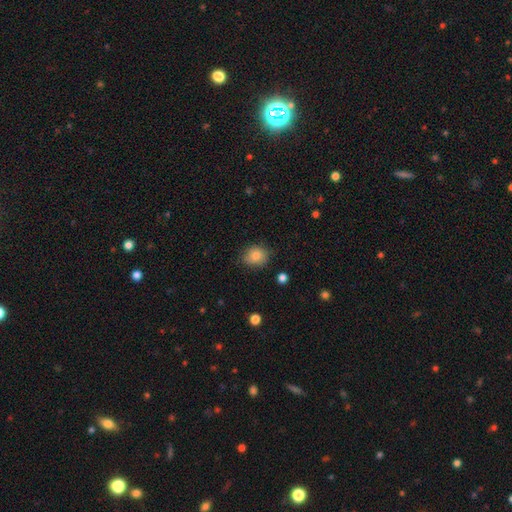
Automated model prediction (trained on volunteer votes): A smooth galaxy with no disk features (84%) that is round (60%).

Vote fractions:
- Smooth or featured? smooth: 84% / star or artifact: 9% / featured or disk: 7%
- How rounded? round: 60% / in between: 39% / cigar-shaped: 1%
- Merging? none: 77% / minor disturbance: 18% / major disturbance: 4% / merger: 1%